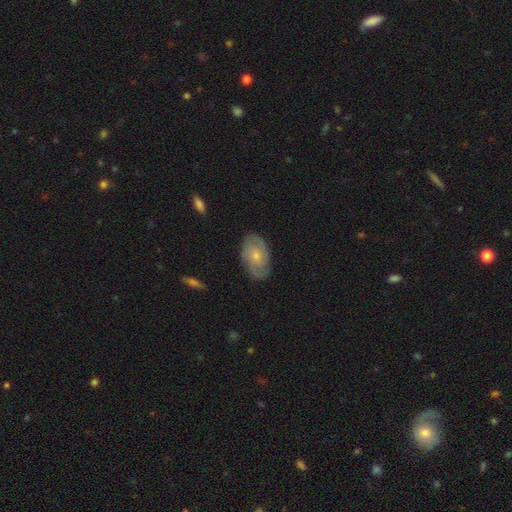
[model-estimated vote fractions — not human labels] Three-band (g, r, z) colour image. It shows a featured or disk galaxy (60%) with no bar (72%), spiral arms (85%) and a small central bulge (60%). Merging: none (82%).